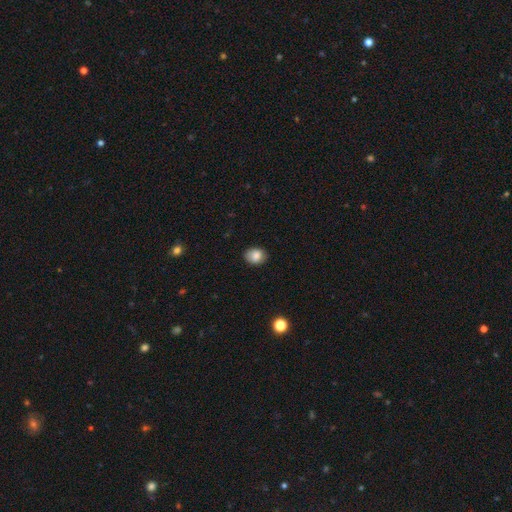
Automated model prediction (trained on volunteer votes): The model was most divided on "how rounded": in between: 54%, round: 45%, cigar-shaped: 1%. More confident: merging — none (85%); smooth or featured — smooth (84%).